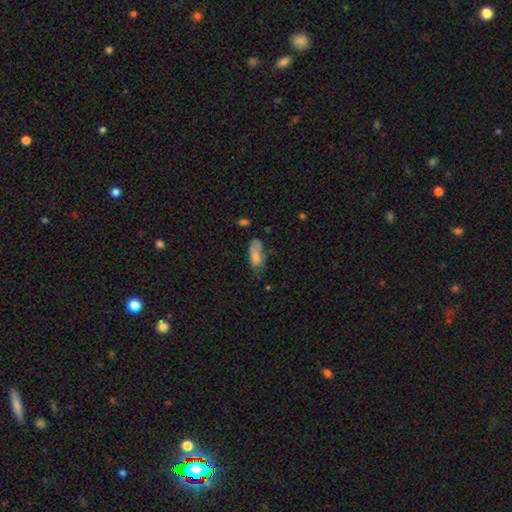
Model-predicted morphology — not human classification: smooth-or-featured: smooth: 76% | featured or disk: 16% | star or artifact: 8%
  how-rounded: in between: 83% | cigar-shaped: 15% | round: 3%
  merging: none: 44% | minor disturbance: 34% | major disturbance: 16% | merger: 6%